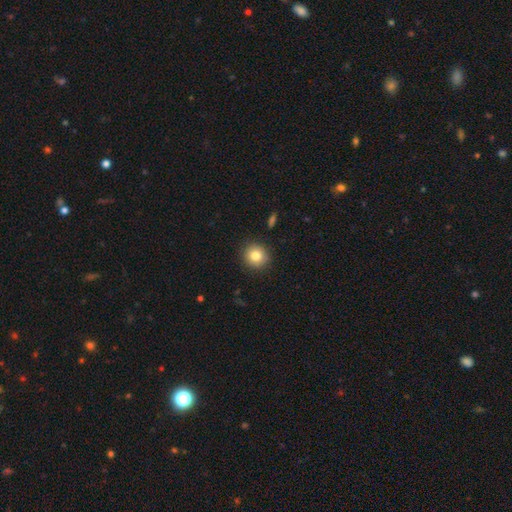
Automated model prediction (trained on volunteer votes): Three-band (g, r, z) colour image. It shows a smooth galaxy with no disk features (82%) that is round (92%). Merging: none (90%).